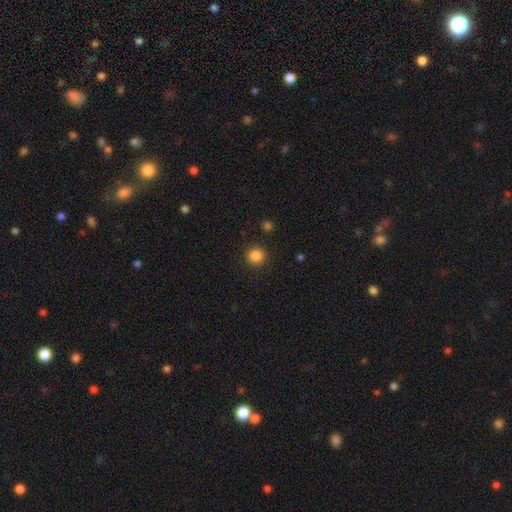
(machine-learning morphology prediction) Overall: smooth (86%). How rounded: round (94%). Merging: none (91%).